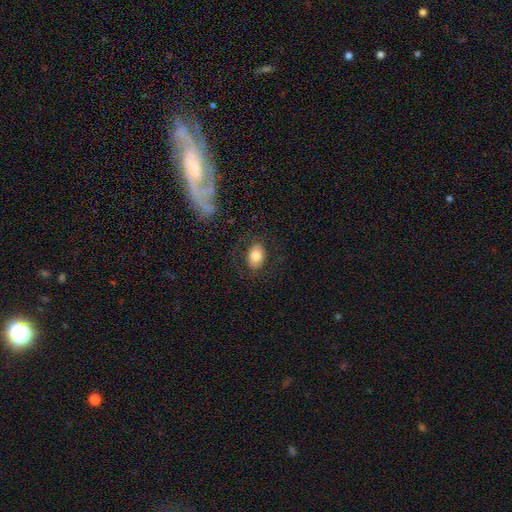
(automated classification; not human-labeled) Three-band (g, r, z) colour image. It shows a smooth galaxy with no disk features (78%) that is in between round and cigar-shaped (74%). Merging: none (81%).